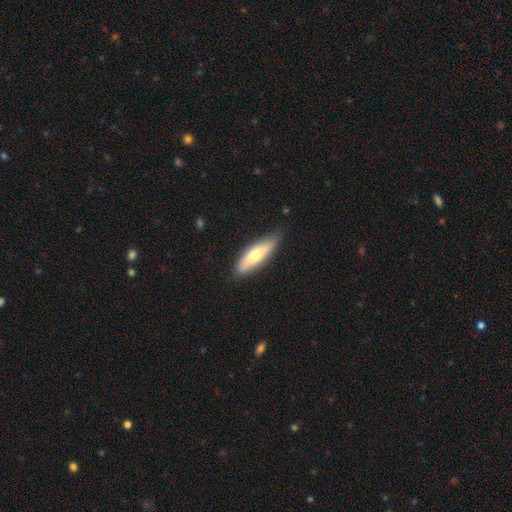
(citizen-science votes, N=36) Morphology: type=smooth (56%); roundness=in between (55%); merging=none (82%).